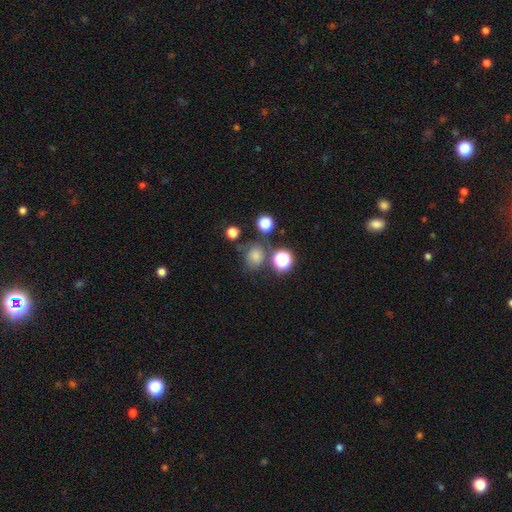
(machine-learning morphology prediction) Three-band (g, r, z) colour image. It shows a smooth galaxy with no disk features (66%) that is round (69%). Merging: none (58%).